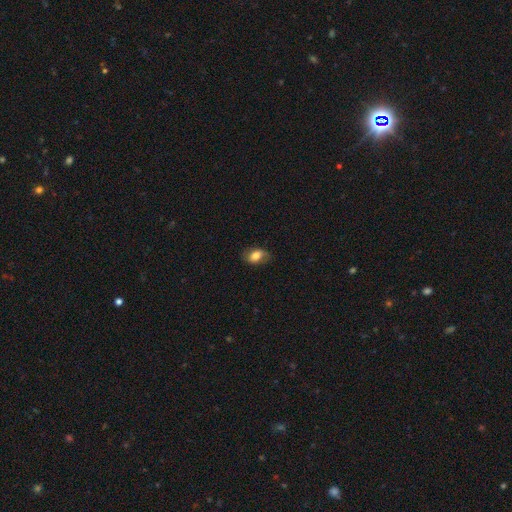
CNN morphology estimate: smooth-or-featured: smooth: 73% | featured or disk: 19% | star or artifact: 9%
  how-rounded: in between: 82% | round: 16% | cigar-shaped: 2%
  merging: none: 67% | minor disturbance: 24% | major disturbance: 8% | merger: 1%